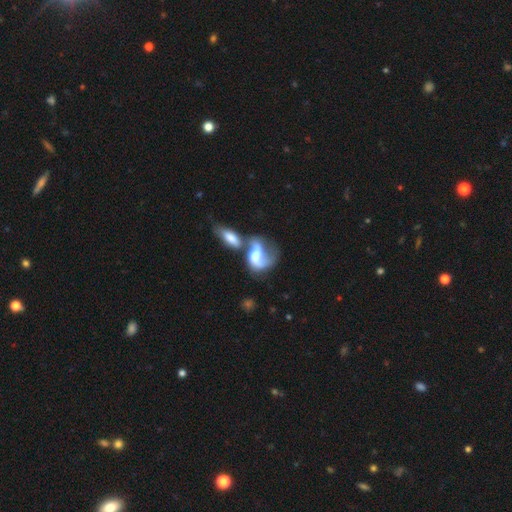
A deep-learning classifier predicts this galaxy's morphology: type=featured or disk (69%); edge-on=no (96%); bar=no (50%); spiral arms=yes (86%); winding=loose (64%); arm count=2 (67%); bulge=moderate (50%); merging=merger (61%).